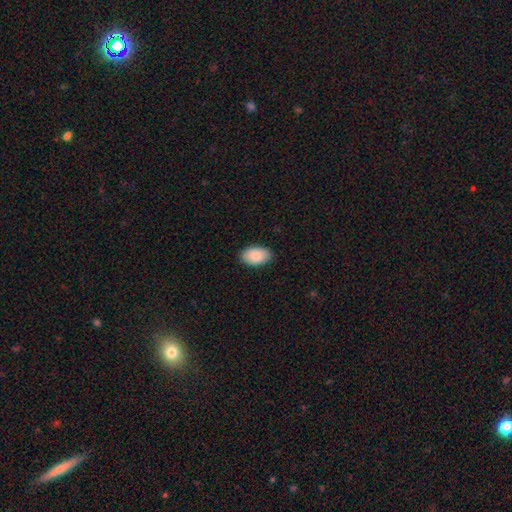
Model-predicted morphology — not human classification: This appears to be a smooth galaxy with no disk features (89%) that is in between round and cigar-shaped (94%). Merging: none (88%).